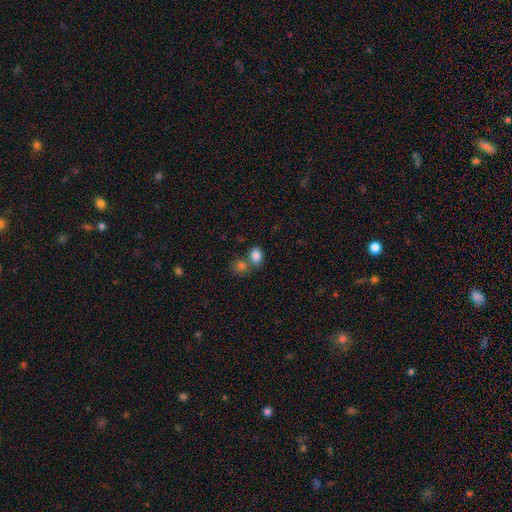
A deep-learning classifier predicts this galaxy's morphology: Overall: smooth (85%). How rounded: in between (64%; round 35%). Merging: none (55%; merger 32%).